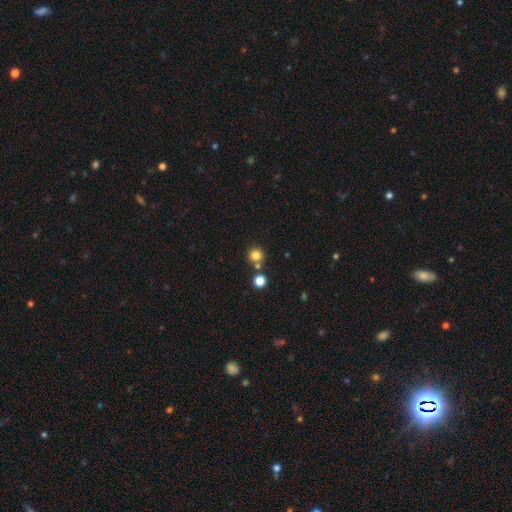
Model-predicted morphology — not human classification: This appears to be a smooth galaxy with no disk features (81%) that is round (94%). Merging: none (74%).